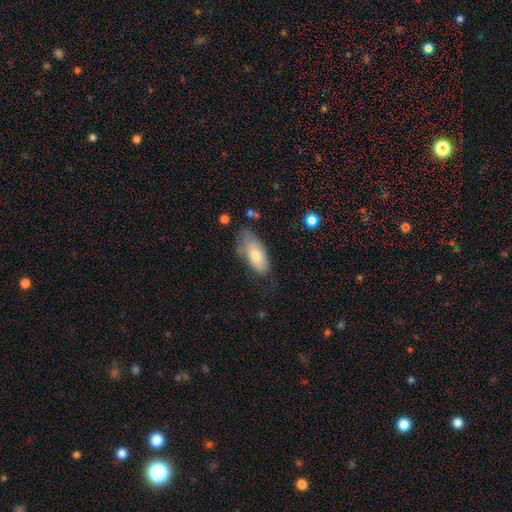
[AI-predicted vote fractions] Q: Smooth or featured?
A: smooth (72%); runner-up: featured or disk (21%)
Q: How rounded?
A: in between (88%); runner-up: cigar-shaped (9%)
Q: Merging?
A: none (50%); runner-up: minor disturbance (33%)